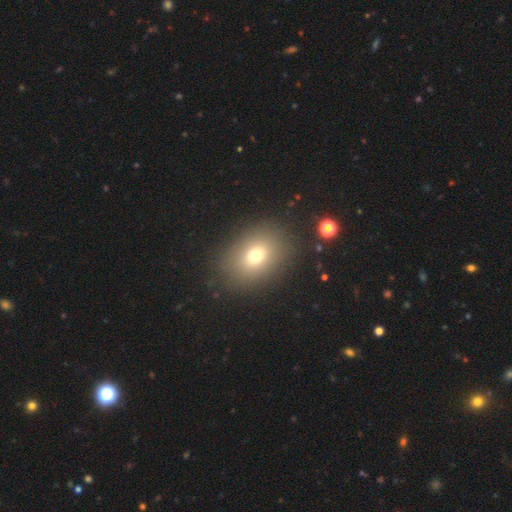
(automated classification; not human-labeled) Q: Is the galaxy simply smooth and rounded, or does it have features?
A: smooth — 71%.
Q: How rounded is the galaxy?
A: in between — 63%.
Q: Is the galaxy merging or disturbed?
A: none — 84%.